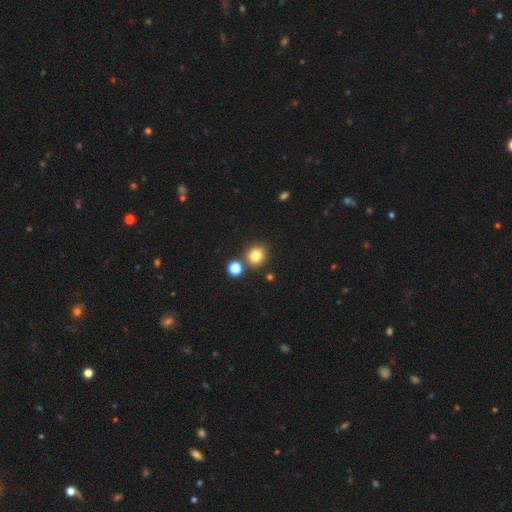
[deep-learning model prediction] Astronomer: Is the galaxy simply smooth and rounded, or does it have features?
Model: smooth — 80%.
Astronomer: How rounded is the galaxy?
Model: round — 88%.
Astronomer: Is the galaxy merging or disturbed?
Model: none — 79%.